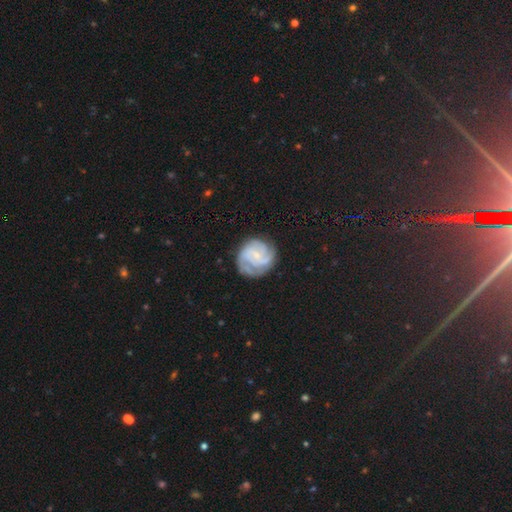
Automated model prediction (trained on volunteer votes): This is likely a featured or disk galaxy (80%). It is clearly not viewed edge-on (98%). Bar: possibly no (50%). Spiral arm pattern: clearly yes (96%). Spiral arm count: marginally 3 (39%). Spiral winding: possibly tight (59%). Central bulge: likely small (64%). Merging: likely none (75%).